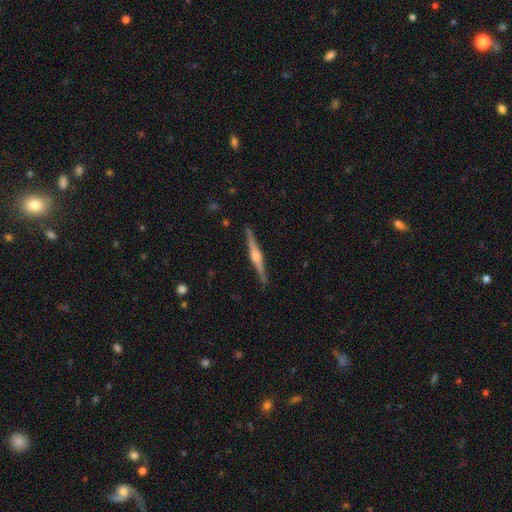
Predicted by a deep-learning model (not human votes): featured or disk 82%, smooth 13%, star or artifact 5%. Down the decision tree: edge-on disk — yes (99%); edge-on bulge — rounded (85%); merging — none (91%).